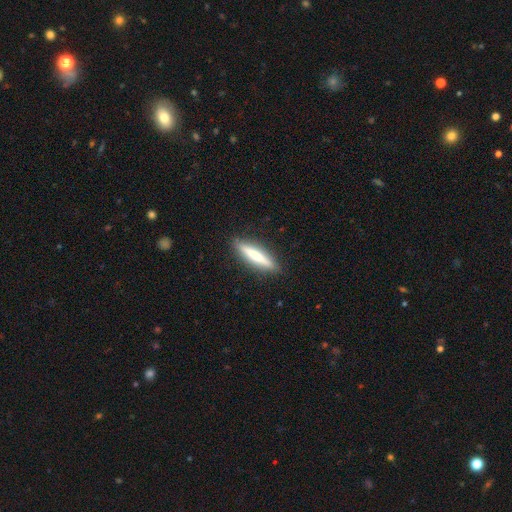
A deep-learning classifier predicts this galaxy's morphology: The model was most divided on "smooth or featured": smooth: 55%, featured or disk: 39%, star or artifact: 6%. More confident: merging — none (90%); how rounded — cigar-shaped (87%).